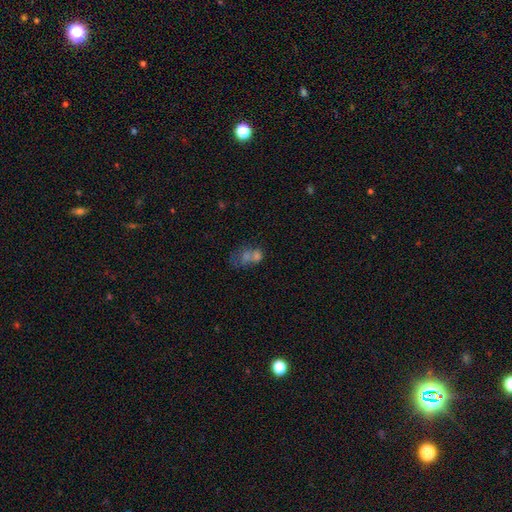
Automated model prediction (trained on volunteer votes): Smooth or featured?
  - smooth: 50% *
  - featured or disk: 31%
  - star or artifact: 18%
How rounded?
  - in between: 65% *
  - round: 32%
  - cigar-shaped: 3%
Merging?
  - merger: 52% *
  - none: 23%
  - major disturbance: 15%
  - minor disturbance: 10%